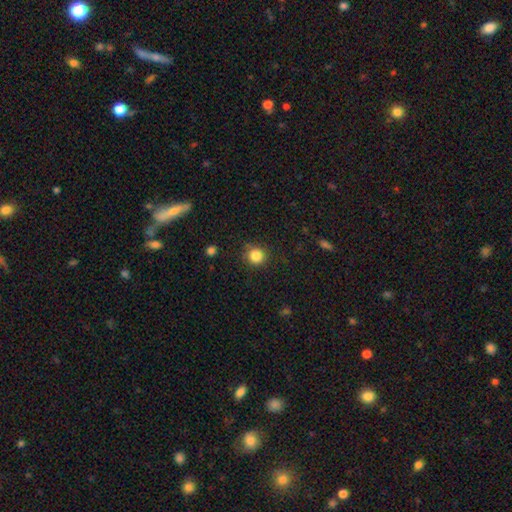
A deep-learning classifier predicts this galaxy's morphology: Smooth or featured? smooth (85%)
How rounded? round (91%)
Merging? none (83%)